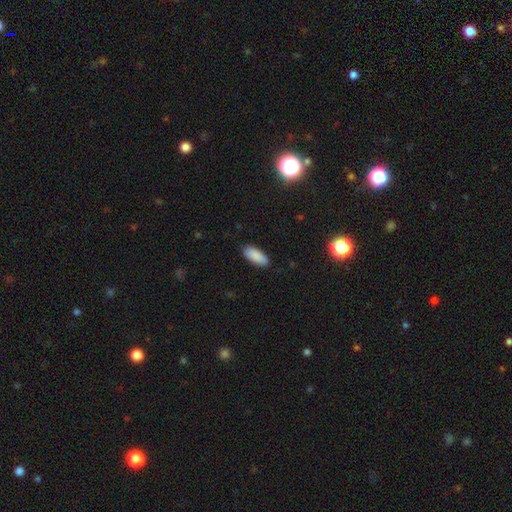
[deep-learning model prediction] Smooth or featured? smooth (90%)
How rounded? in between (83%)
Merging? none (88%)